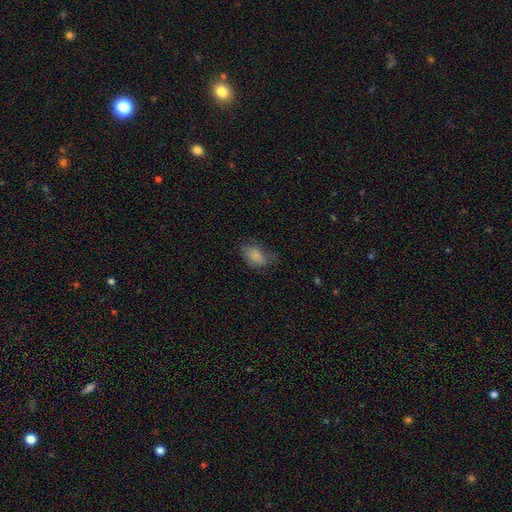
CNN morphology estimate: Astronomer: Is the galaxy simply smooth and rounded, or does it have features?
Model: smooth — 77%.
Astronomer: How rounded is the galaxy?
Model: in between — 87%.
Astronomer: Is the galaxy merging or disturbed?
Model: none — 46% (runner-up: minor disturbance, 30%).